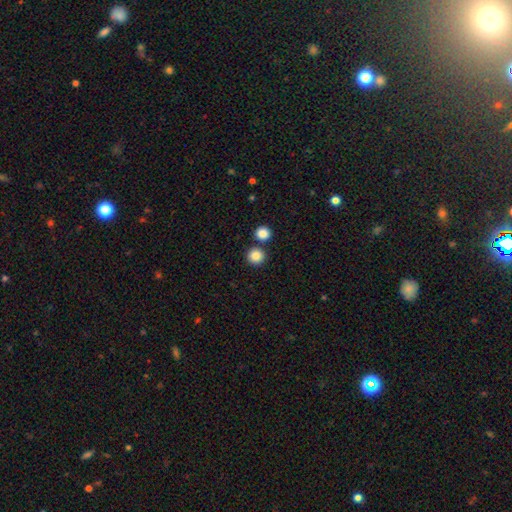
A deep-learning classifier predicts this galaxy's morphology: Smooth or featured? Predicted: smooth (p=0.86). How rounded? Predicted: round (p=0.92). Merging? Predicted: none (p=0.78).